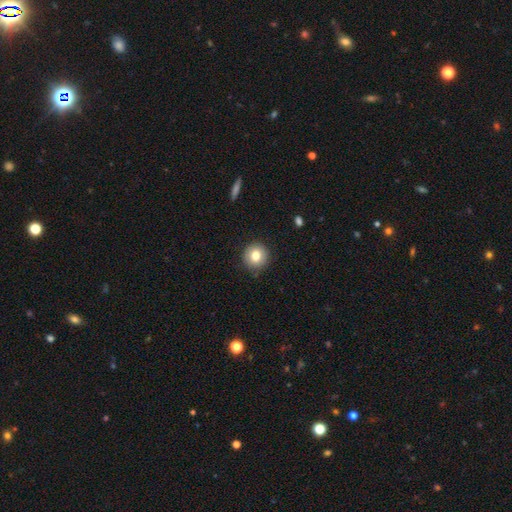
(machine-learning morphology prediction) A smooth galaxy with no disk features (80%) that is round (93%). Merging: none (88%).